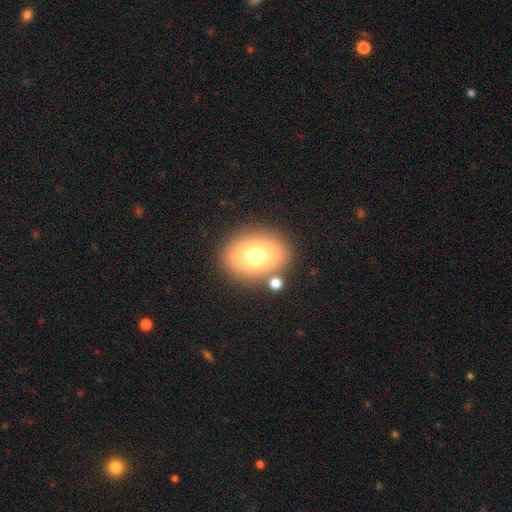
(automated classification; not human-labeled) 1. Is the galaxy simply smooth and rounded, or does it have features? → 73% smooth, 14% featured or disk, 13% star or artifact.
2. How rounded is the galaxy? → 59% in between, 39% round, 1% cigar-shaped.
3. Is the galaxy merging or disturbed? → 82% none, 9% minor disturbance, 6% merger, 4% major disturbance.